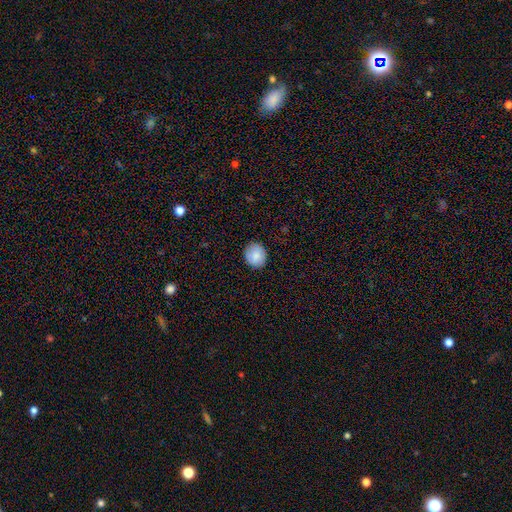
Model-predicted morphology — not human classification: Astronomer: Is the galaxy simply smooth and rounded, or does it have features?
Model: smooth — 85%.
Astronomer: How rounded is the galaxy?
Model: round — 75%.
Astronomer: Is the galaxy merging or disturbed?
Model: none — 87%.